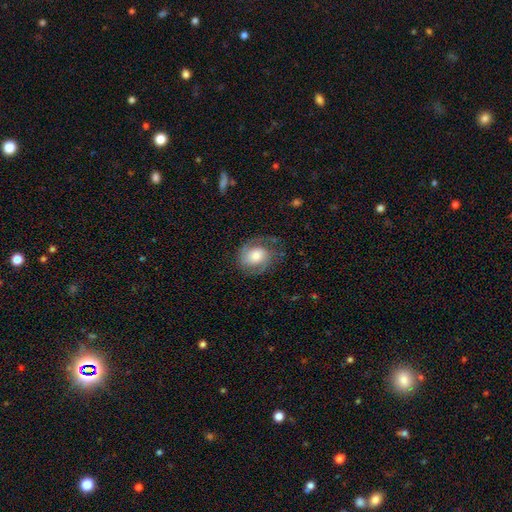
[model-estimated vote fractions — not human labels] Smooth or featured? featured or disk (64%)
Edge-on disk? no (97%)
Bar? no (65%)
Spiral arms? yes (90%)
Spiral winding? medium (44%)
Spiral arm count? 2 (78%)
Bulge size? moderate (41%)
Merging? none (68%)